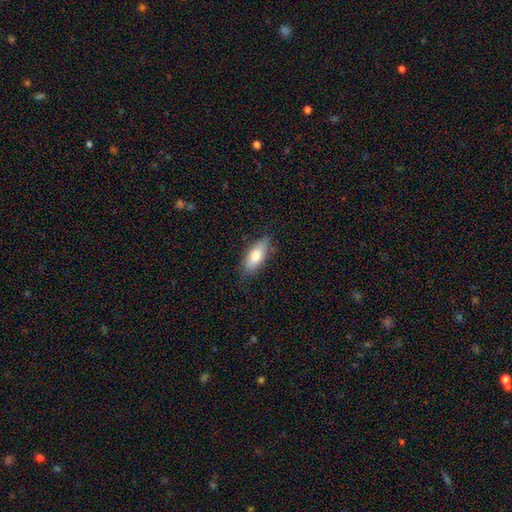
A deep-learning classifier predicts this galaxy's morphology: Q: Smooth or featured?
A: smooth (77%); runner-up: featured or disk (17%)
Q: How rounded?
A: in between (80%); runner-up: cigar-shaped (18%)
Q: Merging?
A: none (79%); runner-up: minor disturbance (17%)